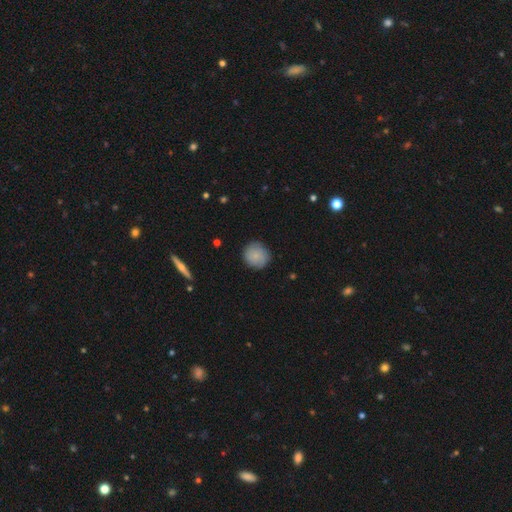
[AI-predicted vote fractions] This appears to be a smooth galaxy with no disk features (80%) that is round (93%). Merging: none (85%).